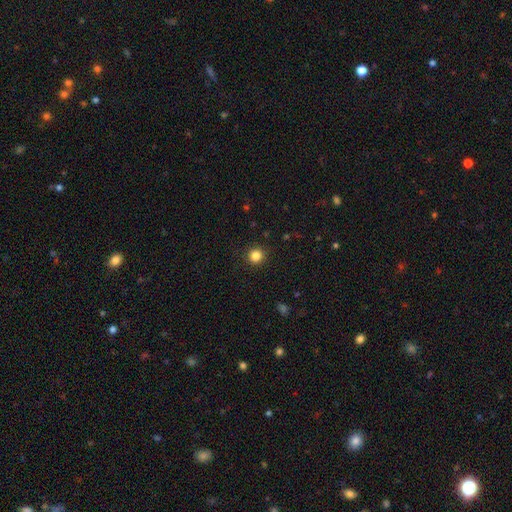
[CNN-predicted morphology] Smooth or featured: smooth — 84% (star or artifact — 12%)
How rounded: round — 94% (in between — 5%)
Merging: none — 92% (minor disturbance — 5%)